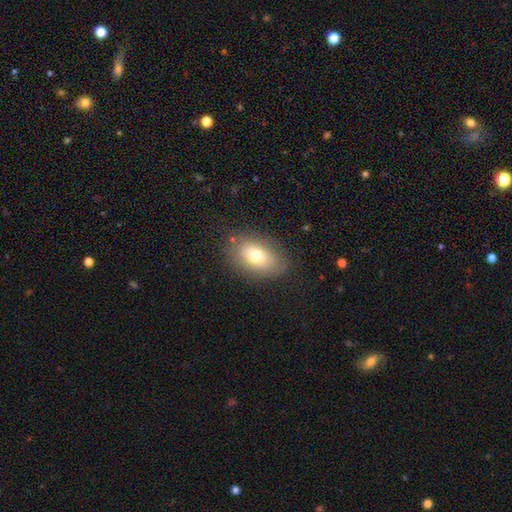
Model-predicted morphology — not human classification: A smooth galaxy with no disk features (74%) that is in between round and cigar-shaped (85%). Merging: none (79%).